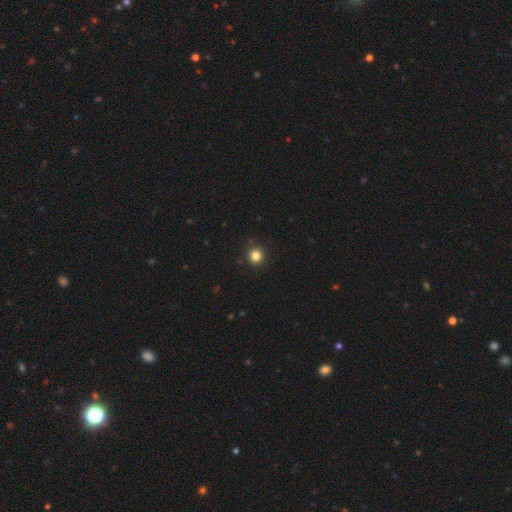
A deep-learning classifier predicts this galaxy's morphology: smooth-or-featured: smooth: 83% | star or artifact: 13% | featured or disk: 5%
  how-rounded: round: 92% | in between: 7% | cigar-shaped: 1%
  merging: none: 90% | minor disturbance: 7% | major disturbance: 2% | merger: 1%